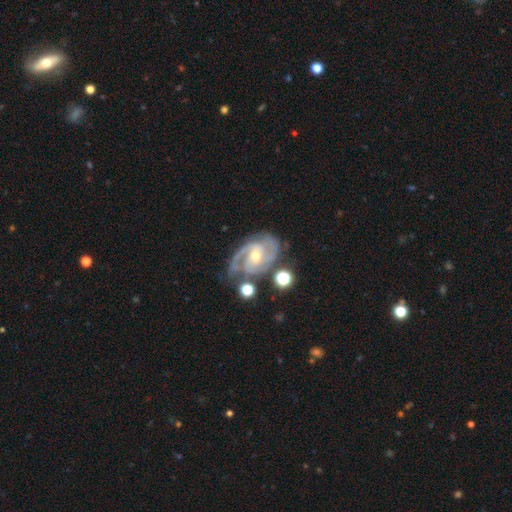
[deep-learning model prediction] Overall: featured or disk (91%). Edge-on disk: no (97%). Bar: no (45%; weak 39%). Spiral arms: yes (98%). Spiral arm count: 2 (62%; 3 23%). Spiral winding: tight (49%; medium 44%). Bulge size: small (50%; moderate 47%). Merging: none (68%).